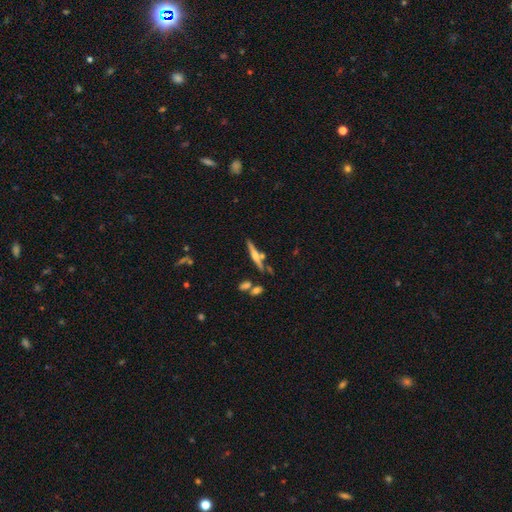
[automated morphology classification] type=featured or disk (66%); edge-on=yes (96%); edge-on bulge=rounded (85%); merging=none (73%).